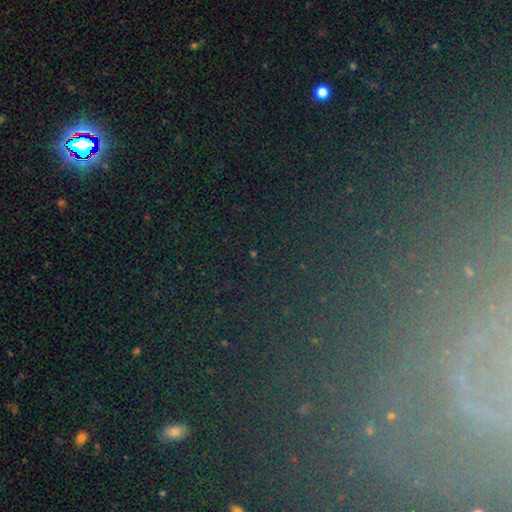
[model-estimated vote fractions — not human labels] Smooth or featured? star or artifact (72%)